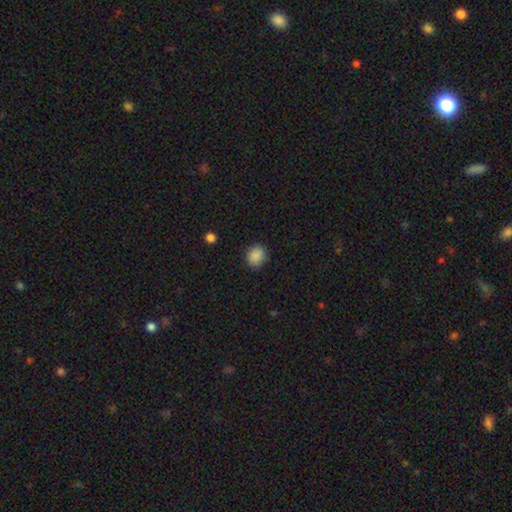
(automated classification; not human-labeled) Overall: smooth (88%). How rounded: round (70%). Merging: none (86%).